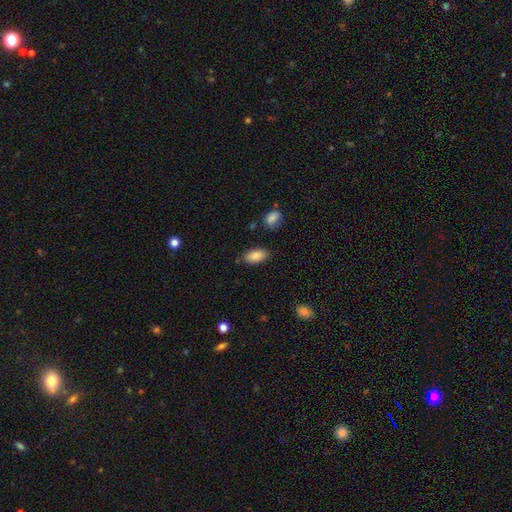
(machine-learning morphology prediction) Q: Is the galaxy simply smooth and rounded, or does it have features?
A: smooth — 86%.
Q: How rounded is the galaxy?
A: in between — 92%.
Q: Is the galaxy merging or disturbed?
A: none — 81%.